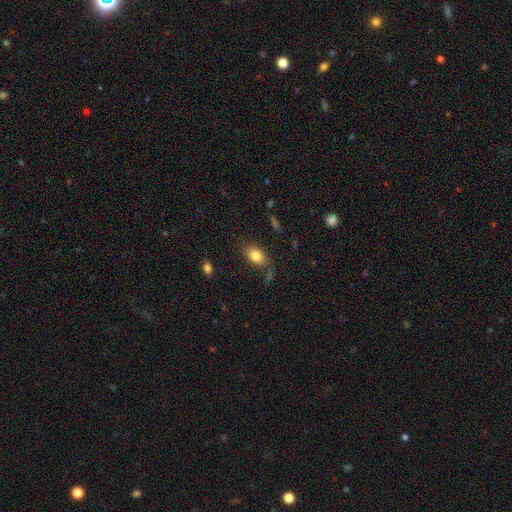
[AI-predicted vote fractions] A smooth galaxy with no disk features (82%) that is in between round and cigar-shaped (82%).

Vote fractions:
- Smooth or featured? smooth: 82% / star or artifact: 9% / featured or disk: 9%
- How rounded? in between: 82% / round: 17% / cigar-shaped: 2%
- Merging? none: 75% / minor disturbance: 15% / major disturbance: 6% / merger: 3%